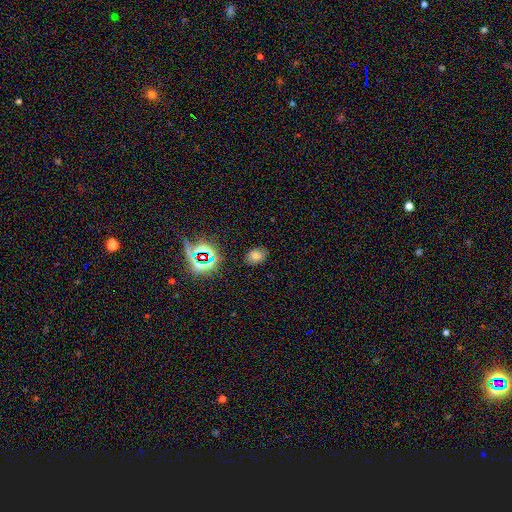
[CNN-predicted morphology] Smooth or featured? Predicted: smooth (p=0.59). How rounded? Predicted: in between (p=0.72). Merging? Predicted: none (p=0.84).